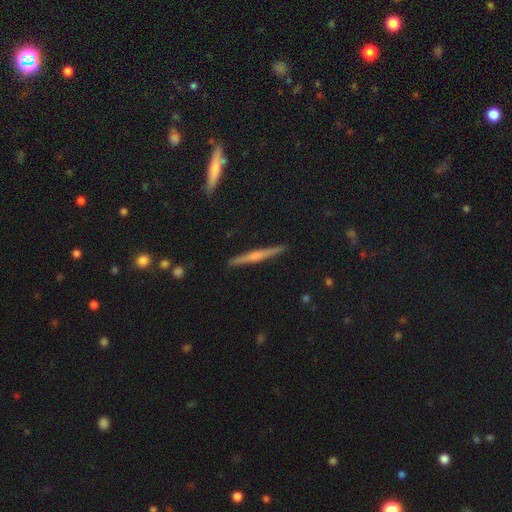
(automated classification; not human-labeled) Q: Smooth or featured?
A: featured or disk (60%); runner-up: smooth (34%)
Q: Edge-on disk?
A: yes (98%); runner-up: no (2%)
Q: Edge-on bulge?
A: rounded (54%); runner-up: none (32%)
Q: Merging?
A: none (91%); runner-up: minor disturbance (6%)